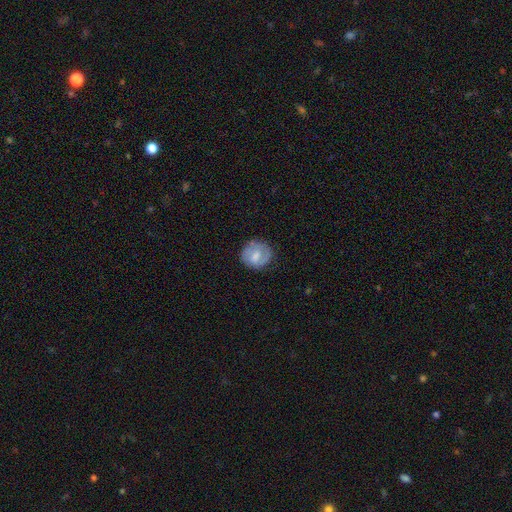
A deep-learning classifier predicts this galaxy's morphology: Smooth or featured? smooth (48%)
Merging? none (71%)